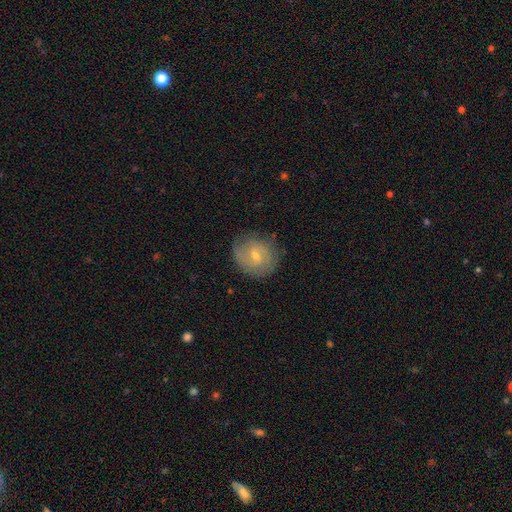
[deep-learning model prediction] smooth-or-featured: featured or disk: 61% | smooth: 30% | star or artifact: 9%
  disk-edge-on: no: 97% | yes: 3%
    bar: weak: 49% | no: 42% | strong: 9%
    has-spiral-arms: yes: 84% | no: 16%
    bulge-size: small: 52% | moderate: 44% | none: 2% | large: 1% | dominant: 1%
  merging: none: 79% | minor disturbance: 15% | major disturbance: 5% | merger: 1%